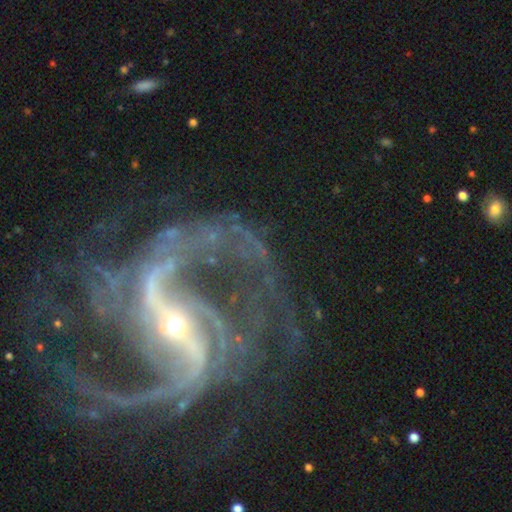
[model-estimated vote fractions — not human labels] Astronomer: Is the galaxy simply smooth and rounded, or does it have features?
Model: featured or disk — 92%.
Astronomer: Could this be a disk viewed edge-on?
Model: no — 98%.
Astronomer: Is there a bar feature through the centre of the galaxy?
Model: strong — 61%.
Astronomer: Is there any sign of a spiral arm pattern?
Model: yes — 98%.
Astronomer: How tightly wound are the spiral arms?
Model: loose — 47% (runner-up: medium, 42%).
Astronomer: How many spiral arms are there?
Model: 2 — 76%.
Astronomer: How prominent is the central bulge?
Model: small — 80%.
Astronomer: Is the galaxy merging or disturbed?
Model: none — 61%.